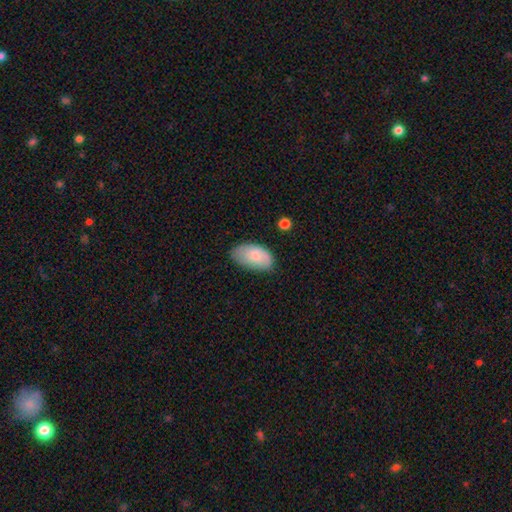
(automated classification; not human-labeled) Smooth or featured: smooth — 80% (featured or disk — 14%)
How rounded: in between — 95% (round — 4%)
Merging: none — 68% (minor disturbance — 26%)